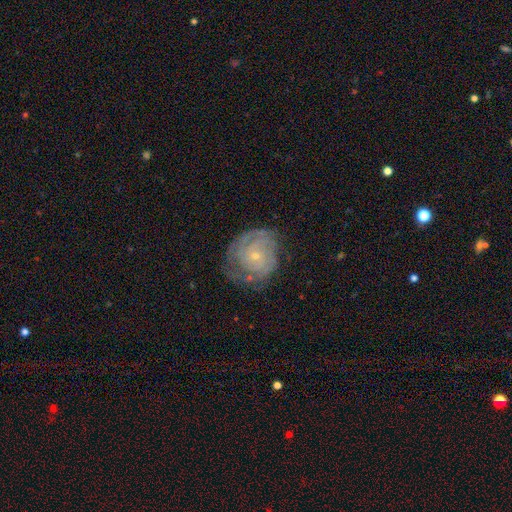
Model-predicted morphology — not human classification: A featured or disk galaxy (79%) with no bar (77%), tight (71%) spiral arms (92%) and a small central bulge (80%). Merging: none (66%).